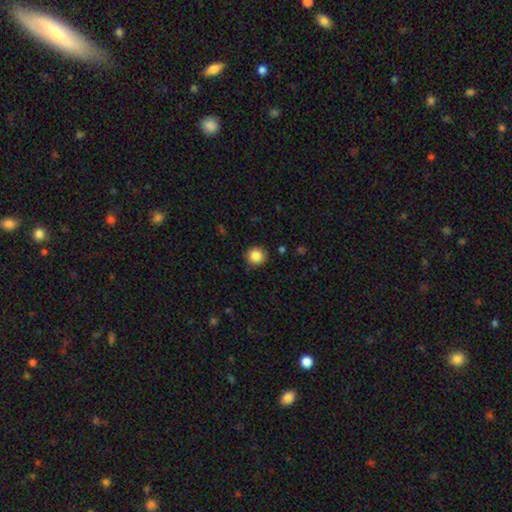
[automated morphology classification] This is clearly a smooth galaxy (86%). How rounded: clearly round (93%). Merging: clearly none (89%).